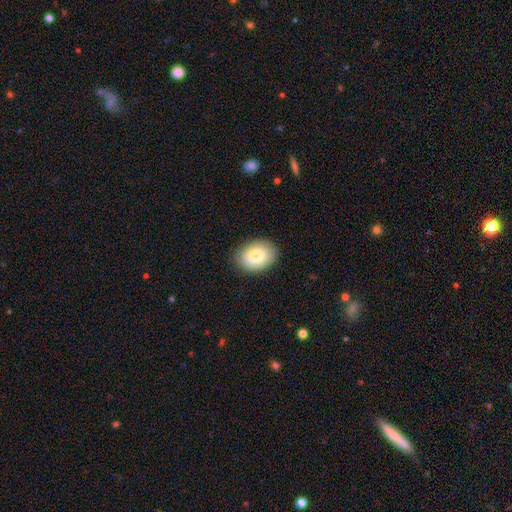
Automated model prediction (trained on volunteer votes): This appears to be a smooth galaxy with no disk features (80%) that is in between round and cigar-shaped (75%). Merging: none (87%).